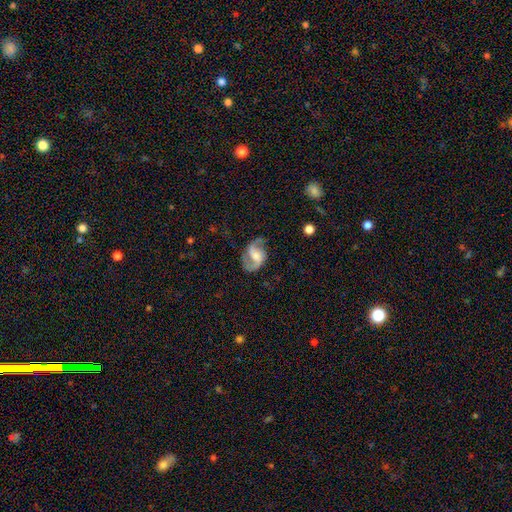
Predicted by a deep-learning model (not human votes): Smooth or featured? Predicted: featured or disk (p=0.83). Edge-on disk? Predicted: no (p=0.98). Bar? Predicted: weak (p=0.47). Spiral arms? Predicted: yes (p=0.95). Spiral winding? Predicted: loose (p=0.46). Spiral arm count? Predicted: 2 (p=0.89). Bulge size? Predicted: moderate (p=0.38). Merging? Predicted: none (p=0.67).